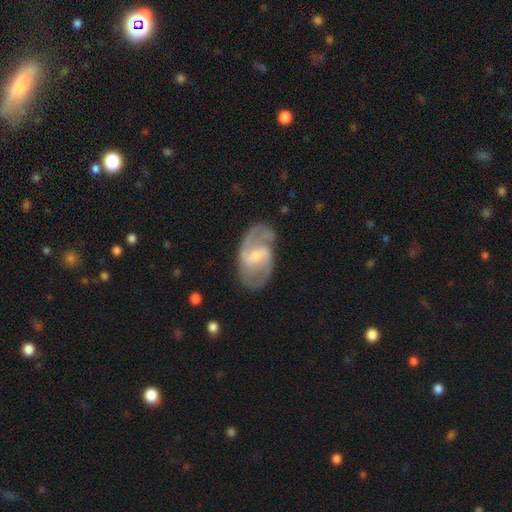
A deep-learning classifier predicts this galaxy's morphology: This appears to be a featured or disk galaxy (86%) with a weak bar (56%), 2 (57%) medium (53%) spiral arms (96%) and a small central bulge (52%). Merging: none (72%).